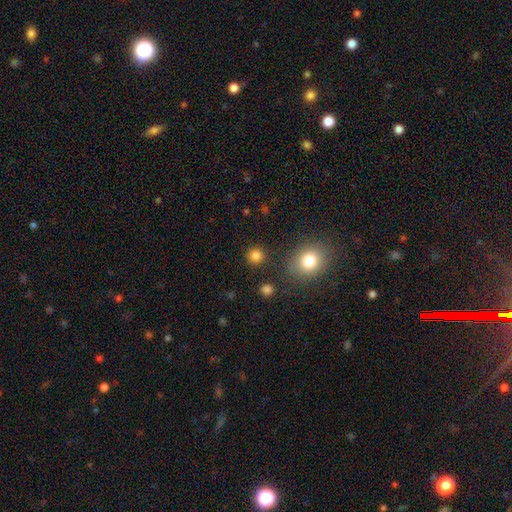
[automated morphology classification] The model was most divided on "smooth or featured": smooth: 83%, star or artifact: 13%, featured or disk: 4%. More confident: how rounded — round (91%); merging — none (88%).